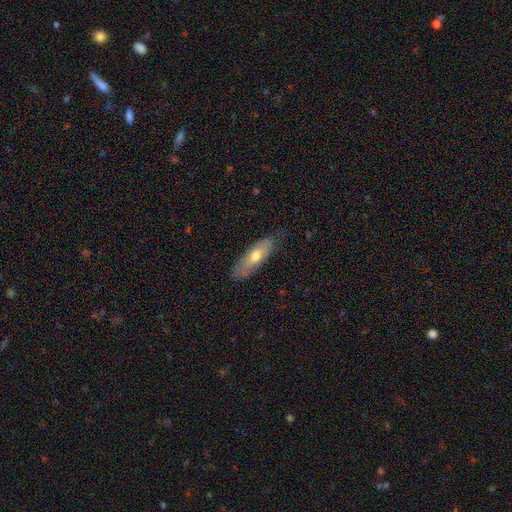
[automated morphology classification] Overall: smooth (58%; featured or disk 36%). How rounded: in between (61%; cigar-shaped 37%). Merging: none (75%).